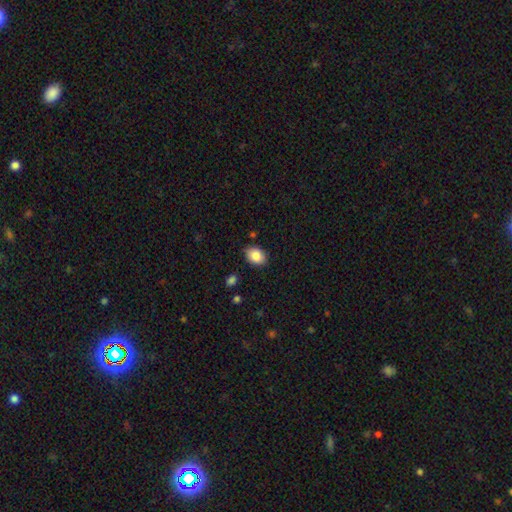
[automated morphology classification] This appears to be a smooth galaxy with no disk features (87%) that is in between round and cigar-shaped (71%). Merging: none (83%).